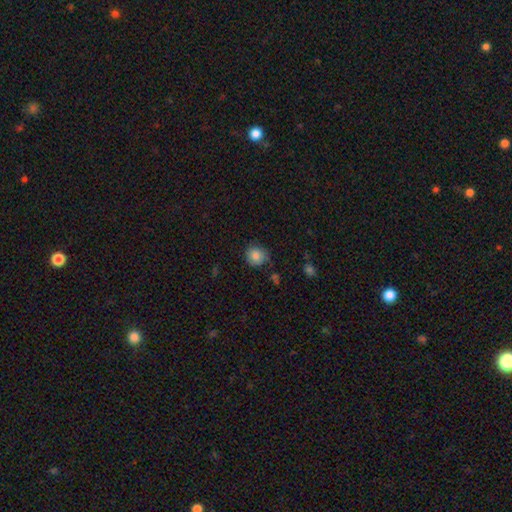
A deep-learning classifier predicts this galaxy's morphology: Q: Smooth or featured?
A: smooth (85%); runner-up: star or artifact (9%)
Q: How rounded?
A: round (85%); runner-up: in between (14%)
Q: Merging?
A: none (76%); runner-up: minor disturbance (19%)